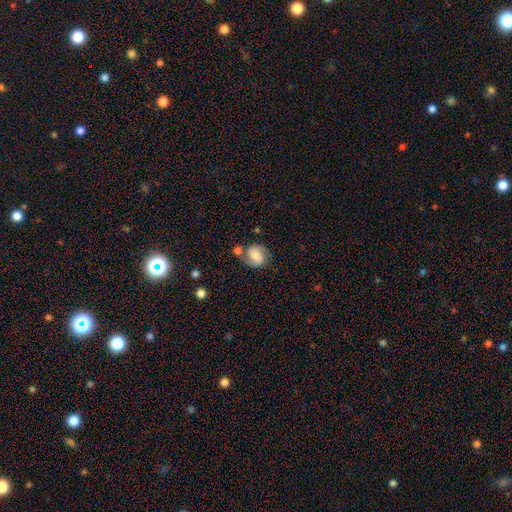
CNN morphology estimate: smooth-or-featured: featured or disk: 51% | smooth: 41% | star or artifact: 8%
  disk-edge-on: no: 97% | yes: 3%
  merging: none: 58% | merger: 18% | minor disturbance: 17% | major disturbance: 7%